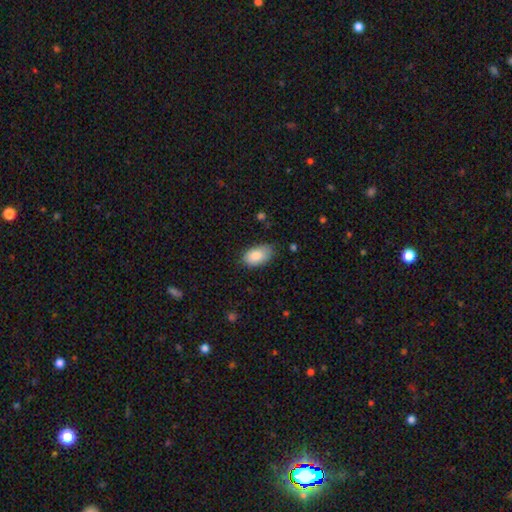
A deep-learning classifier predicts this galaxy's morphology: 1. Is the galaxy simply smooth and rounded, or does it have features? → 85% smooth, 8% featured or disk, 7% star or artifact.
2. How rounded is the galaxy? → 93% in between, 5% round, 1% cigar-shaped.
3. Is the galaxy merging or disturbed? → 74% none, 21% minor disturbance, 4% major disturbance, 1% merger.